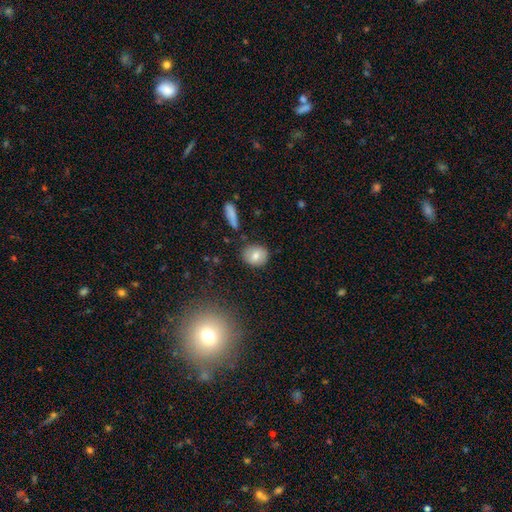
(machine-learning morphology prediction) This appears to be a smooth galaxy with no disk features (77%) that is round (67%). Merging: none (81%).